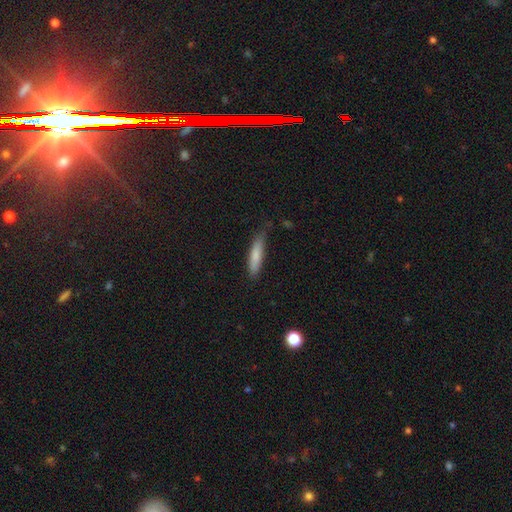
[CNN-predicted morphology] This is likely a smooth galaxy (79%). How rounded: likely cigar-shaped (79%). Merging: likely none (71%).